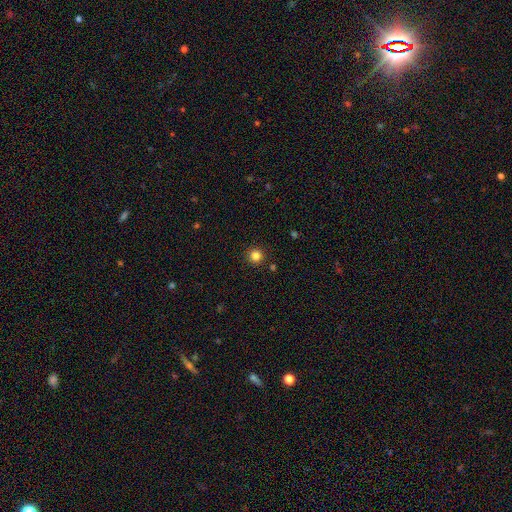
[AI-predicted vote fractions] A smooth galaxy with no disk features (83%) that is round (95%). Merging: none (91%).